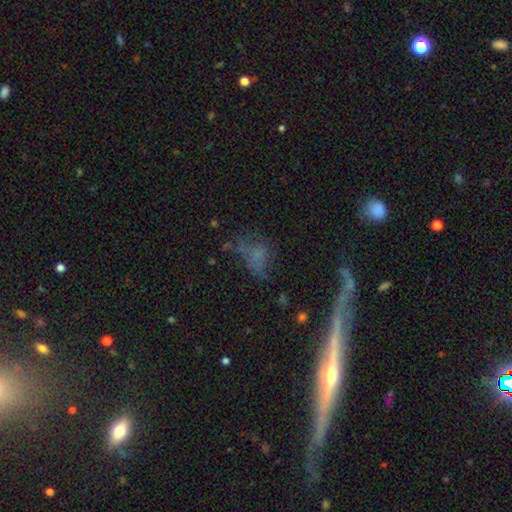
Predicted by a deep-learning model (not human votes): Morphology: type=smooth (45%); merging=none (39%).